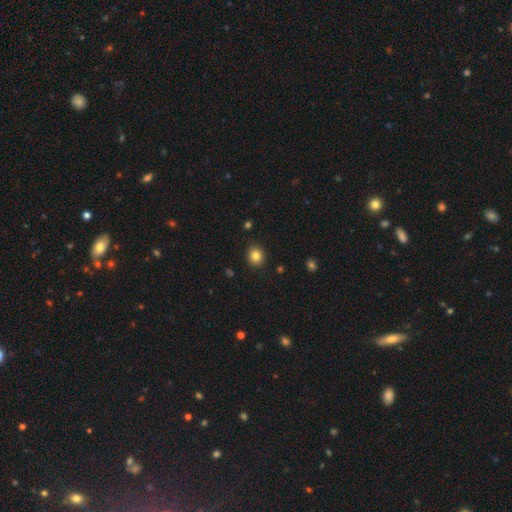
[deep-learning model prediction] smooth 83%, star or artifact 11%, featured or disk 6%. Down the decision tree: how rounded — round (74%); merging — none (90%).